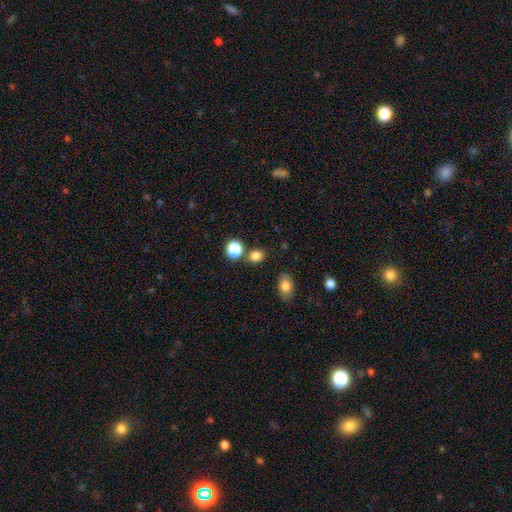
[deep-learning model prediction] A smooth galaxy with no disk features (81%) that is round (59%). Merging: none (75%).